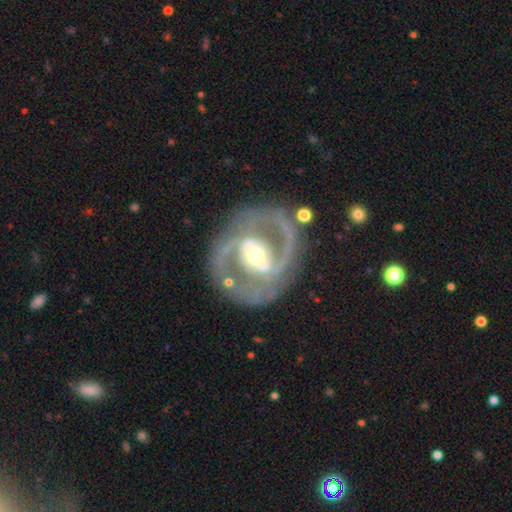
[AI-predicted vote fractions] A featured or disk galaxy (86%) with no bar (42%), 2 (83%) medium (50%) spiral arms (81%) and a moderate central bulge (68%). Merging: none (74%).